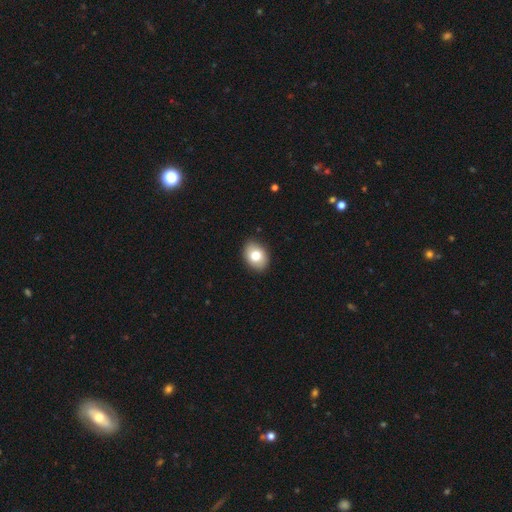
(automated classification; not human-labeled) This is likely a smooth galaxy (78%). How rounded: likely in between (74%). Merging: clearly none (87%).